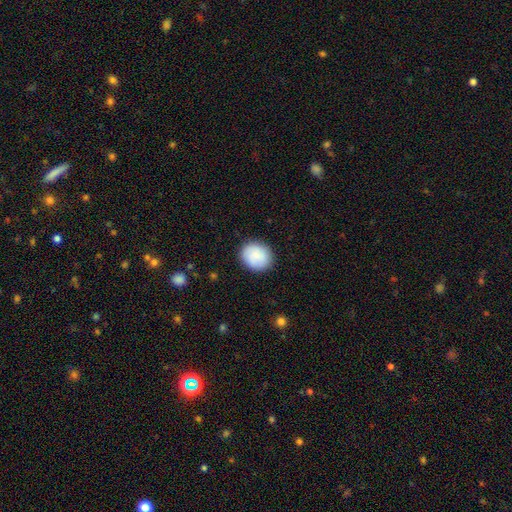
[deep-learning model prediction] smooth 87%, featured or disk 7%, star or artifact 6%. Down the decision tree: how rounded — round (76%); merging — none (88%).